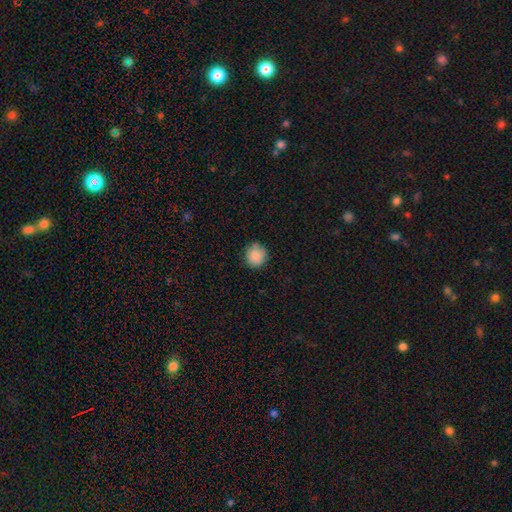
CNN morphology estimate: Smooth or featured? smooth (86%)
How rounded? round (91%)
Merging? none (84%)